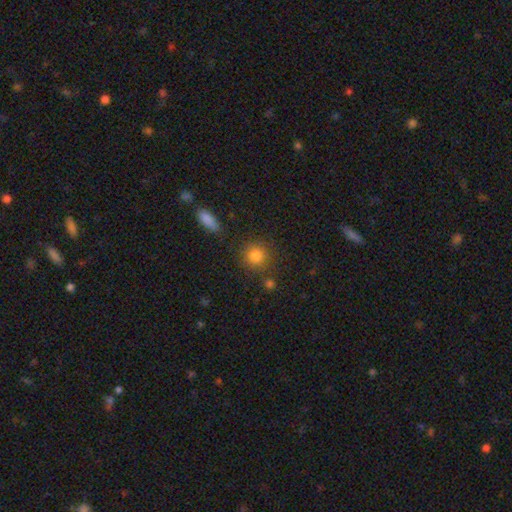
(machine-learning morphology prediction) A smooth galaxy with no disk features (83%) that is round (90%). Merging: none (83%).